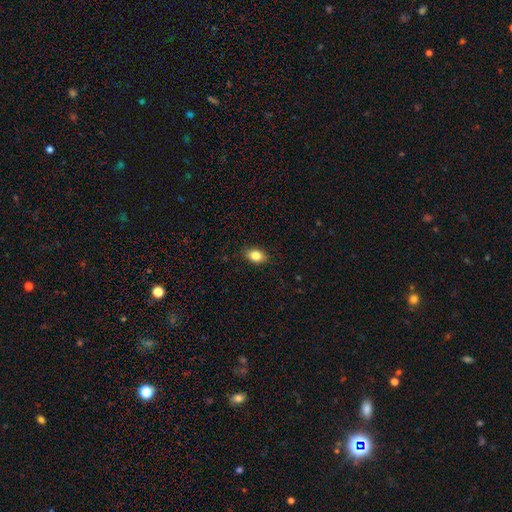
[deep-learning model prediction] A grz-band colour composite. It shows a smooth galaxy with no disk features (83%) that is in between round and cigar-shaped (82%). Merging: none (88%).